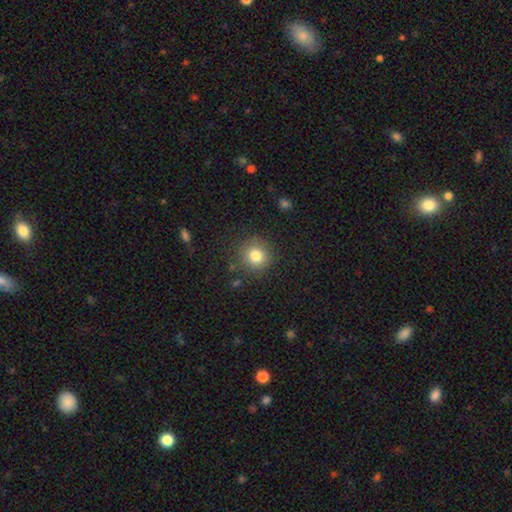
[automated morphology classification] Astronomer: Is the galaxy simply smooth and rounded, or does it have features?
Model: smooth — 81%.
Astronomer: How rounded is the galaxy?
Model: round — 91%.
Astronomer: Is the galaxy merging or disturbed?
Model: none — 85%.